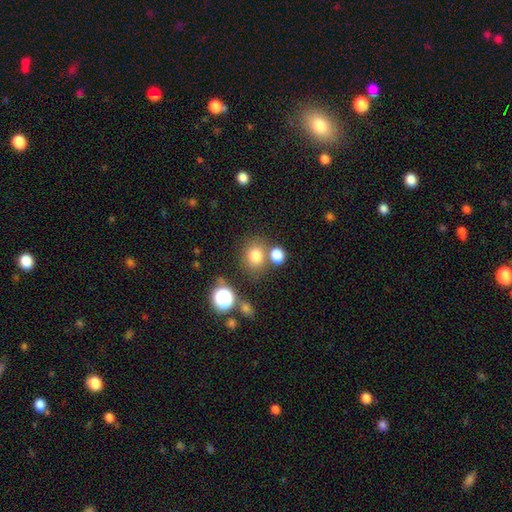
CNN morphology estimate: This appears to be a smooth galaxy with no disk features (77%) that is round (70%). Merging: none (67%).